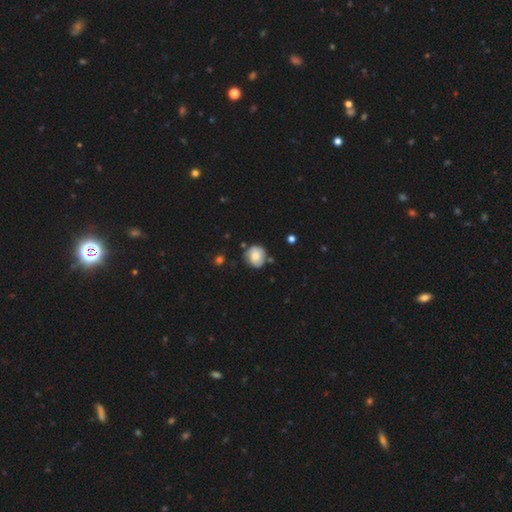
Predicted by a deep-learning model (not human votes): This appears to be a smooth galaxy with no disk features (70%) that is round (73%). Merging: none (68%).